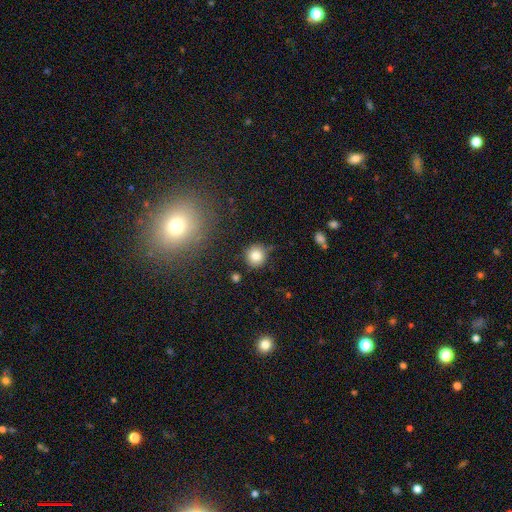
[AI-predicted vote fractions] This is clearly a smooth galaxy (82%). How rounded: clearly round (91%). Merging: likely none (74%).